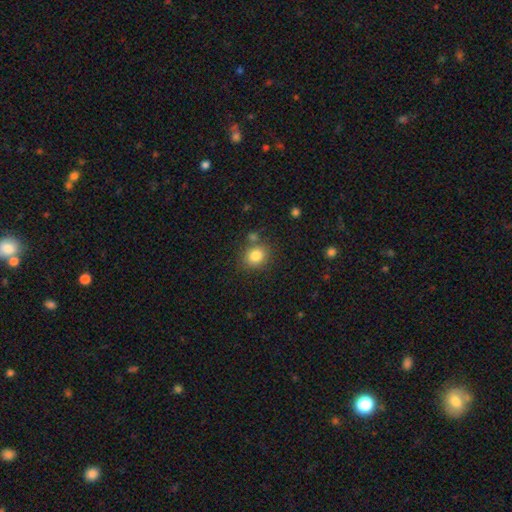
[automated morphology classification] smooth-or-featured: smooth: 83% | star or artifact: 10% | featured or disk: 7%
  how-rounded: round: 65% | in between: 34% | cigar-shaped: 1%
  merging: none: 73% | minor disturbance: 12% | merger: 11% | major disturbance: 4%